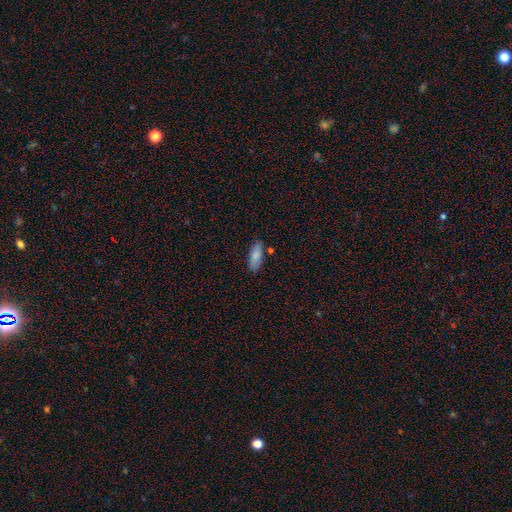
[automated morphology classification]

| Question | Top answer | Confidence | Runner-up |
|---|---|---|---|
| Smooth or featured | smooth | 81% | featured or disk (12%) |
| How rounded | in between | 74% | cigar-shaped (23%) |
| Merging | none | 78% | minor disturbance (15%) |